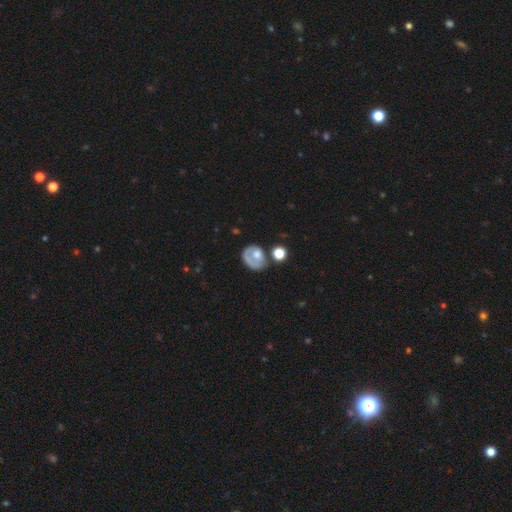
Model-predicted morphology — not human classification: This is possibly a smooth galaxy (53%). How rounded: possibly round (56%). Merging: marginally none (43%).